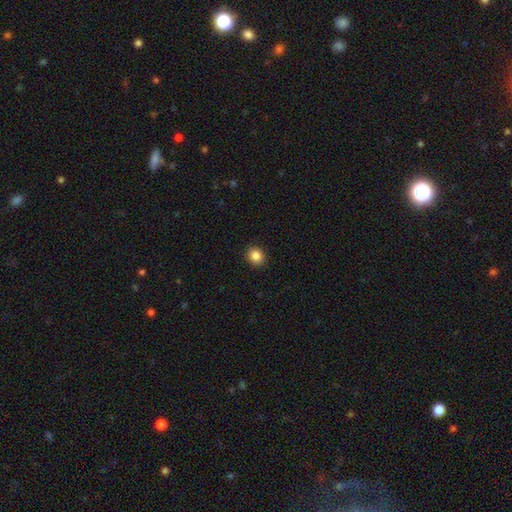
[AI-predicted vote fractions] This is clearly a smooth galaxy (86%). How rounded: likely round (76%). Merging: clearly none (92%).